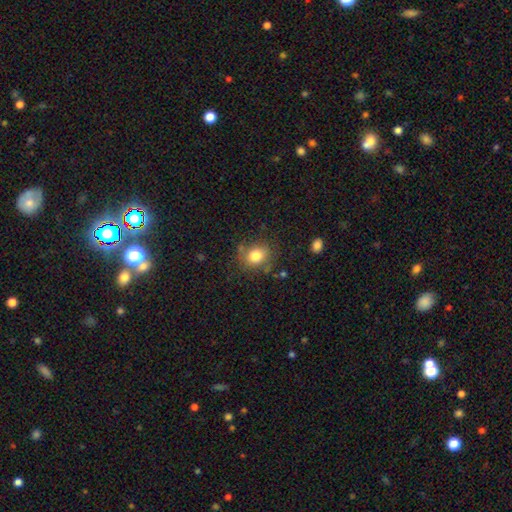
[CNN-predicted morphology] smooth-or-featured: smooth: 80% | star or artifact: 11% | featured or disk: 10%
  how-rounded: round: 68% | in between: 31% | cigar-shaped: 1%
  merging: none: 76% | minor disturbance: 16% | major disturbance: 5% | merger: 3%